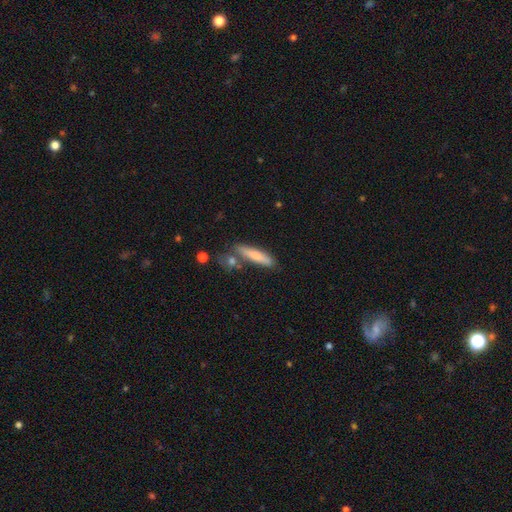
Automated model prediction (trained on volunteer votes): This is likely a smooth galaxy (74%). How rounded: clearly cigar-shaped (85%). Merging: likely none (74%).